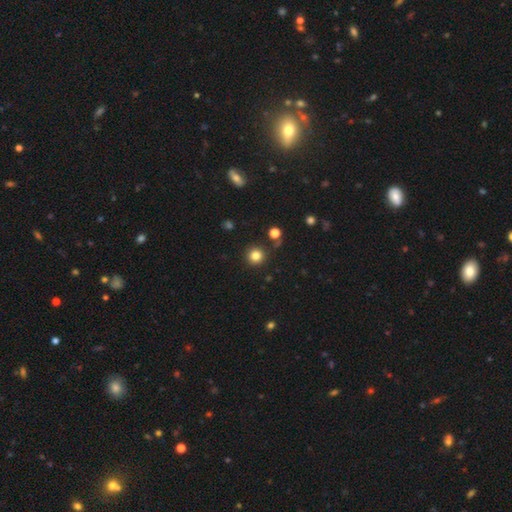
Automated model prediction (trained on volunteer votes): This appears to be a smooth galaxy with no disk features (82%) that is round (95%). Merging: none (88%).